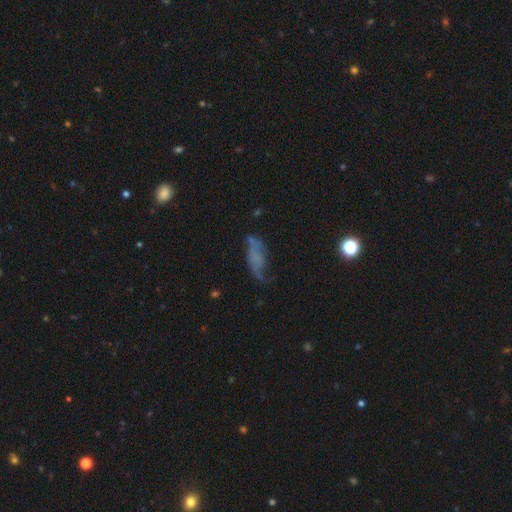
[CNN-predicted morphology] smooth-or-featured: smooth: 44% | featured or disk: 40% | star or artifact: 16%
  merging: none: 43% | minor disturbance: 28% | major disturbance: 23% | merger: 6%